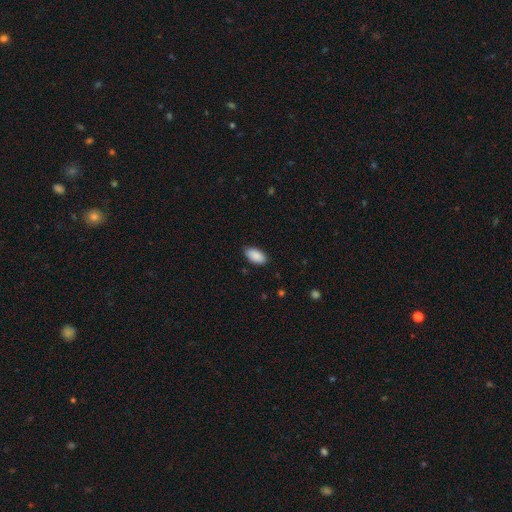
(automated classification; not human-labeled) Smooth or featured?
  - smooth: 90% *
  - star or artifact: 6%
  - featured or disk: 4%
How rounded?
  - in between: 94% *
  - cigar-shaped: 3%
  - round: 2%
Merging?
  - none: 85% *
  - minor disturbance: 12%
  - major disturbance: 2%
  - merger: 1%